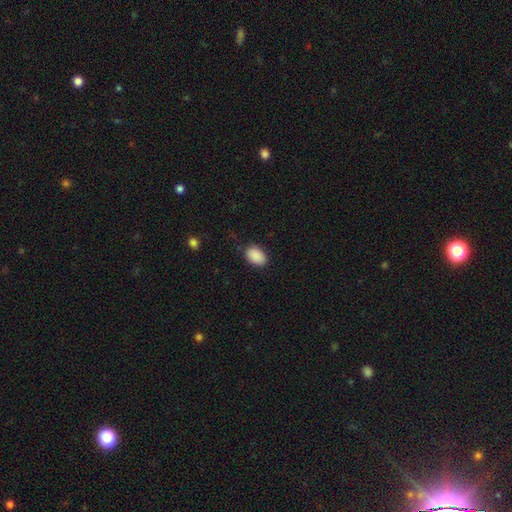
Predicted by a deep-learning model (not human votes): smooth-or-featured: smooth: 90% | star or artifact: 7% | featured or disk: 3%
  how-rounded: in between: 88% | round: 11% | cigar-shaped: 1%
  merging: none: 85% | minor disturbance: 11% | major disturbance: 3% | merger: 1%